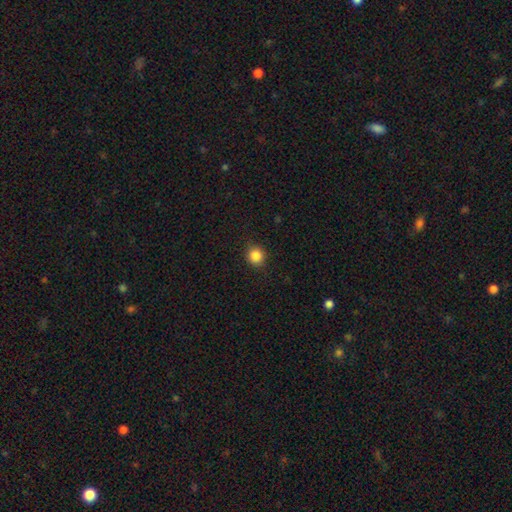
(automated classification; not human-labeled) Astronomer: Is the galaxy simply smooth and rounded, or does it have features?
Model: smooth — 86%.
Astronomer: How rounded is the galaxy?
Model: round — 88%.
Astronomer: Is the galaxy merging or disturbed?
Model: none — 89%.